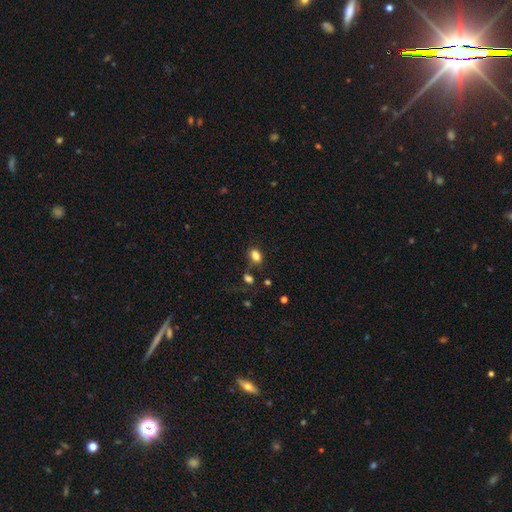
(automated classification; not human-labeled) Smooth or featured: smooth — 83% (star or artifact — 11%)
How rounded: in between — 82% (round — 16%)
Merging: none — 63% (minor disturbance — 17%)